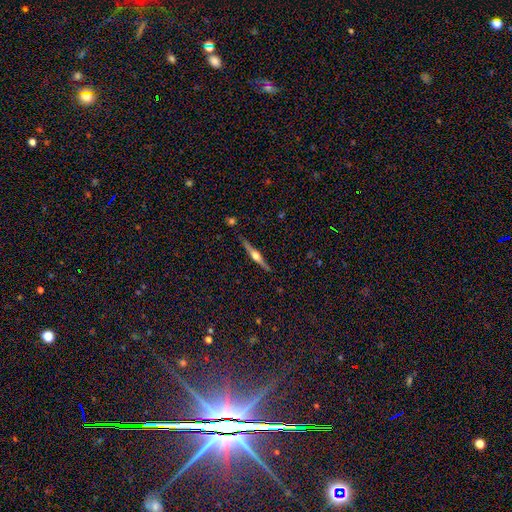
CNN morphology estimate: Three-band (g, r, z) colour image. It shows a featured or disk galaxy (77%) viewed edge-on (98%) with a rounded central bulge (93%). Merging: none (90%).